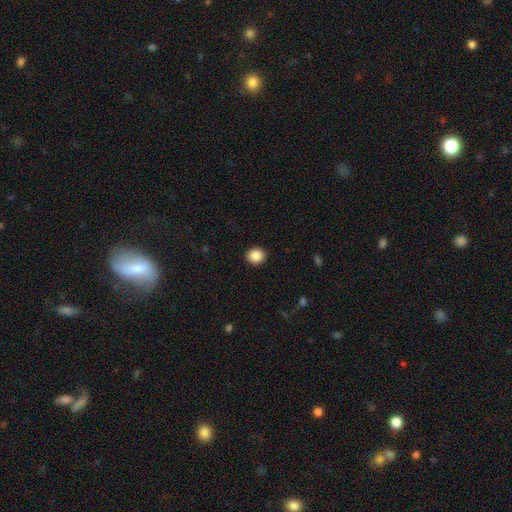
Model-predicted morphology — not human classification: Smooth or featured?
  - smooth: 87% *
  - star or artifact: 9%
  - featured or disk: 4%
How rounded?
  - round: 84% *
  - in between: 15%
  - cigar-shaped: 1%
Merging?
  - none: 92% *
  - minor disturbance: 5%
  - major disturbance: 2%
  - merger: 1%